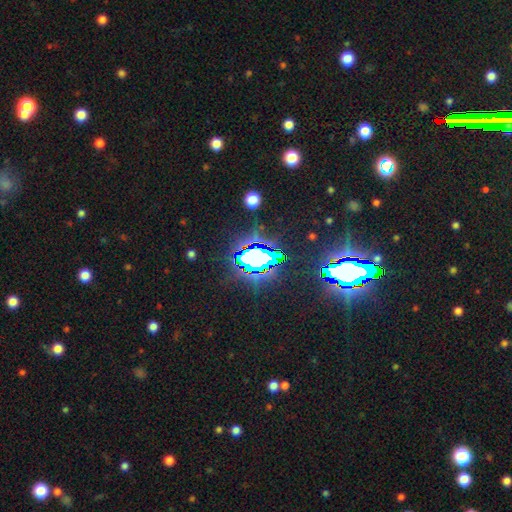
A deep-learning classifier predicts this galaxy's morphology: Smooth or featured?
  - star or artifact: 68% *
  - smooth: 20%
  - featured or disk: 12%